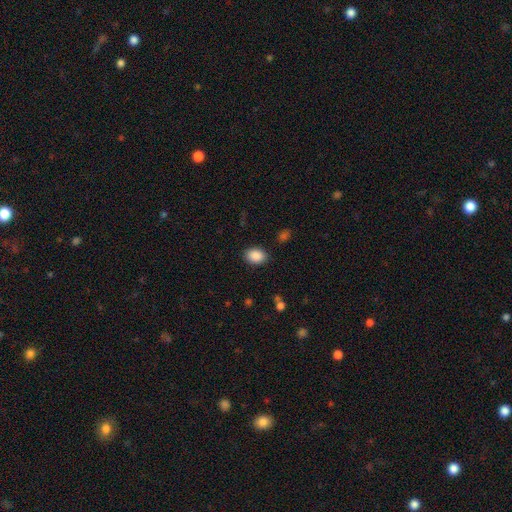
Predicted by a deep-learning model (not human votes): Smooth or featured? Predicted: smooth (p=0.89). How rounded? Predicted: in between (p=0.73). Merging? Predicted: none (p=0.86).